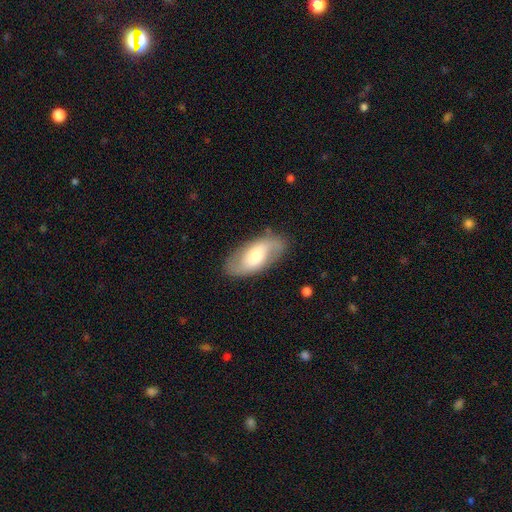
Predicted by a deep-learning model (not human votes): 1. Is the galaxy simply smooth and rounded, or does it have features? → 56% featured or disk, 38% smooth, 6% star or artifact.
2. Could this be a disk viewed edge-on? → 91% no, 9% yes.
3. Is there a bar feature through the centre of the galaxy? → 48% no, 38% weak, 14% strong.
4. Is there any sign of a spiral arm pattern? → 81% yes, 19% no.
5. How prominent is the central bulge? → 52% moderate, 25% small, 18% large, 3% none, 3% dominant.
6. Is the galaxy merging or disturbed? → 80% none, 14% minor disturbance, 4% major disturbance, 1% merger.